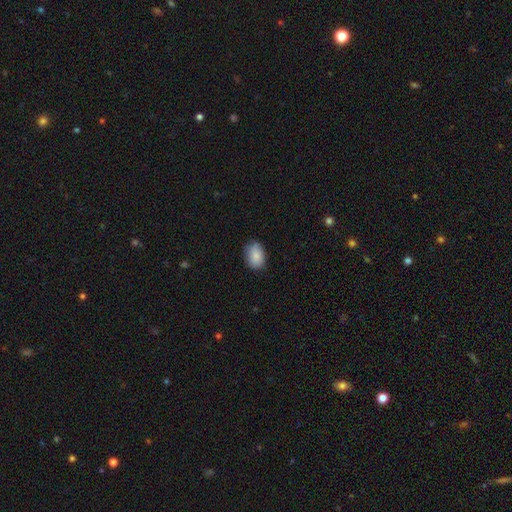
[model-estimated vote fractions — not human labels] The model was most divided on "merging": none: 75%, minor disturbance: 21%, major disturbance: 3%, merger: 1%. More confident: smooth or featured — smooth (86%); how rounded — in between (80%).